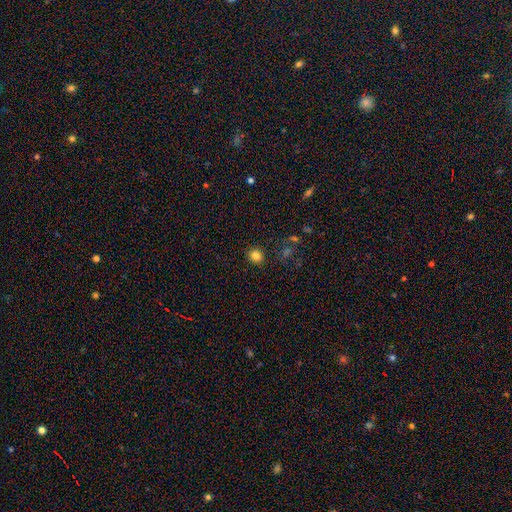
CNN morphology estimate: This is clearly a smooth galaxy (82%). How rounded: clearly round (83%). Merging: clearly none (89%).